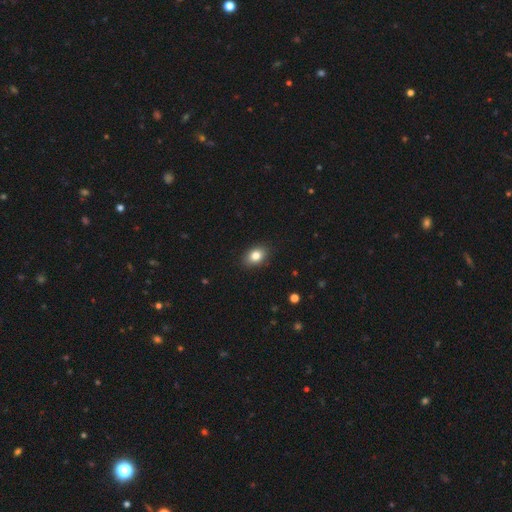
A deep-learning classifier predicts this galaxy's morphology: Smooth or featured? smooth (82%)
How rounded? in between (80%)
Merging? none (88%)